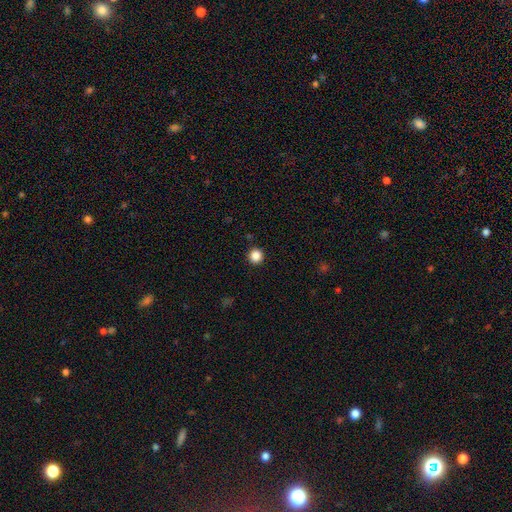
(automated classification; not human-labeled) Q: Smooth or featured?
A: smooth (86%); runner-up: star or artifact (11%)
Q: How rounded?
A: round (95%); runner-up: in between (4%)
Q: Merging?
A: none (93%); runner-up: minor disturbance (4%)